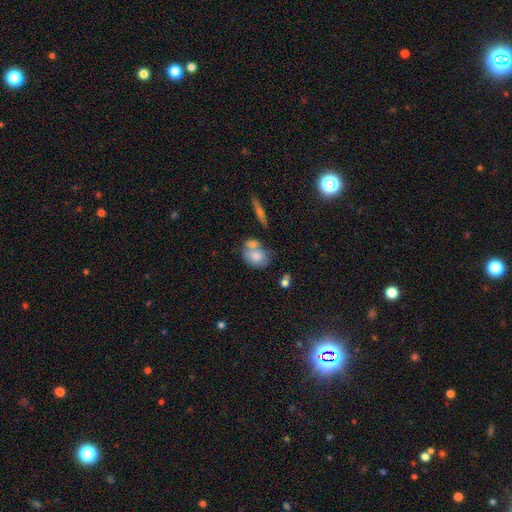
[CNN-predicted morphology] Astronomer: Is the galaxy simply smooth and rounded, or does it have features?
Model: smooth — 75%.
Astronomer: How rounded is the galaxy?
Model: in between — 66%.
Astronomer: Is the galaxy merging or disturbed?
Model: none — 45% (runner-up: merger, 34%).